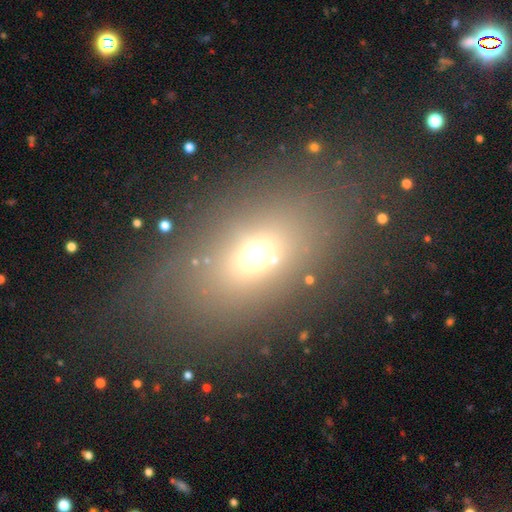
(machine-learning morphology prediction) A smooth galaxy with no disk features (57%) that is in between round and cigar-shaped (65%).

Vote fractions:
- Smooth or featured? smooth: 57% / star or artifact: 25% / featured or disk: 17%
- How rounded? in between: 65% / round: 32% / cigar-shaped: 3%
- Merging? none: 70% / minor disturbance: 13% / major disturbance: 13% / merger: 4%